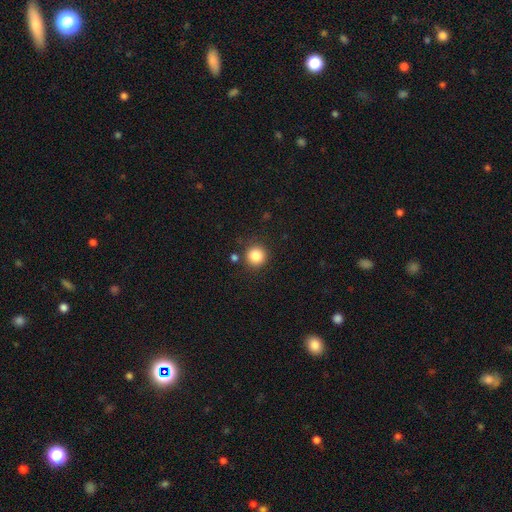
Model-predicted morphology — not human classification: Smooth or featured: smooth — 85% (star or artifact — 10%)
How rounded: round — 94% (in between — 5%)
Merging: none — 85% (minor disturbance — 8%)